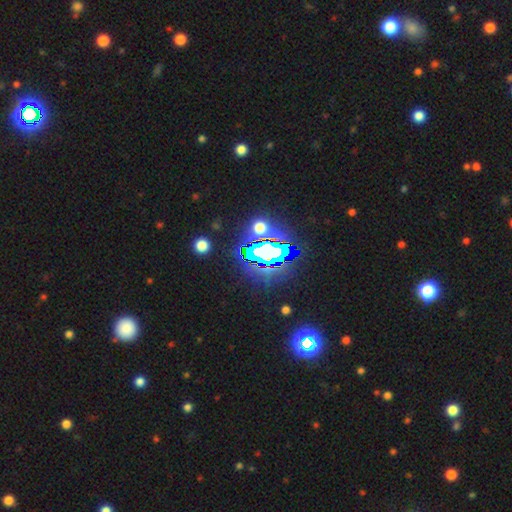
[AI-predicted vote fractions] Smooth or featured?
  - star or artifact: 72% *
  - smooth: 15%
  - featured or disk: 13%